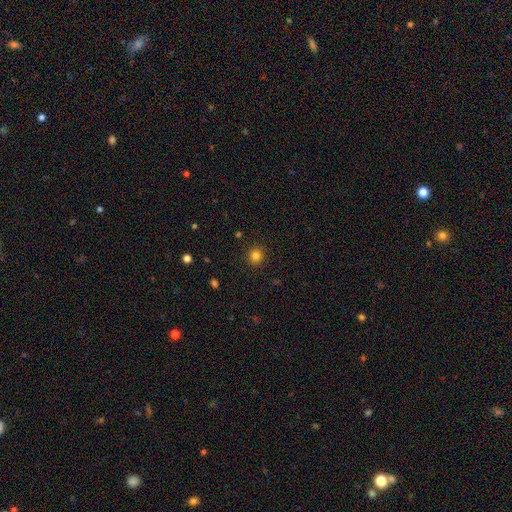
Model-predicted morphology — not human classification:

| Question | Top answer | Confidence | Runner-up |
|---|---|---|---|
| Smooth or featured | smooth | 82% | star or artifact (13%) |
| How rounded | round | 91% | in between (8%) |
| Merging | none | 91% | minor disturbance (5%) |